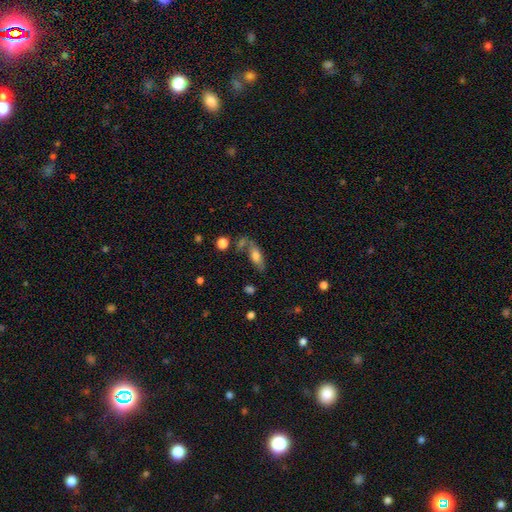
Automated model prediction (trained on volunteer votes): The model was most divided on "merging": none: 56%, minor disturbance: 20%, merger: 16%, major disturbance: 8%. More confident: how rounded — in between (70%); smooth or featured — smooth (66%).